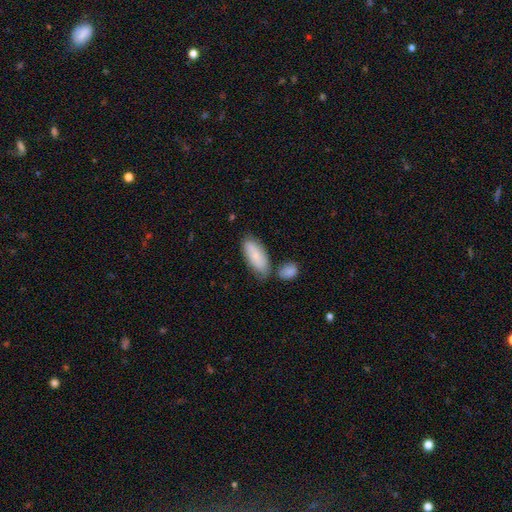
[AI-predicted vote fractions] Smooth or featured? smooth (79%)
How rounded? in between (83%)
Merging? none (60%)